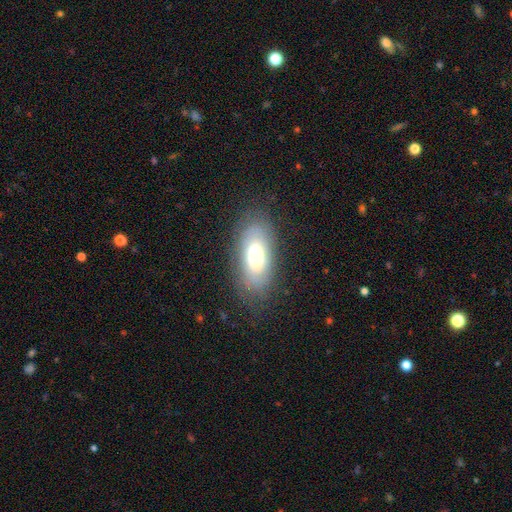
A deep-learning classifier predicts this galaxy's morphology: Overall: smooth (65%; featured or disk 27%). How rounded: in between (90%). Merging: none (77%).